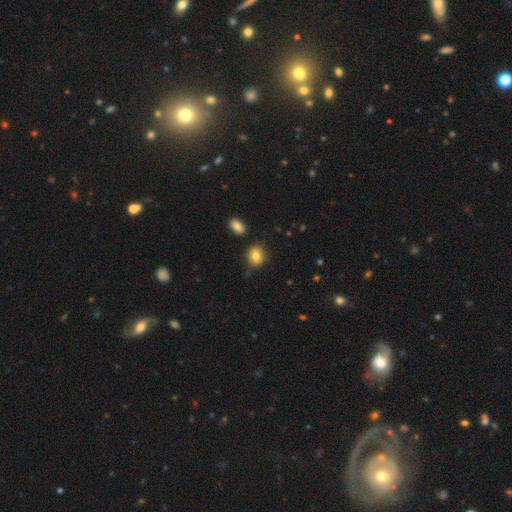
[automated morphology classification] Smooth or featured? smooth (82%)
How rounded? round (62%)
Merging? none (82%)